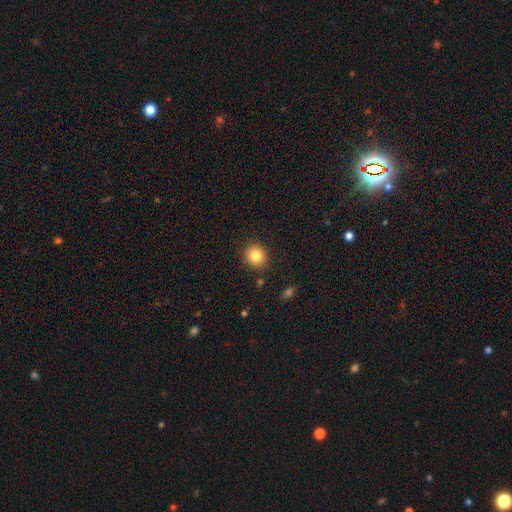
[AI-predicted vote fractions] The model was most divided on "how rounded": round: 79%, in between: 20%, cigar-shaped: 1%. More confident: merging — none (89%); smooth or featured — smooth (82%).